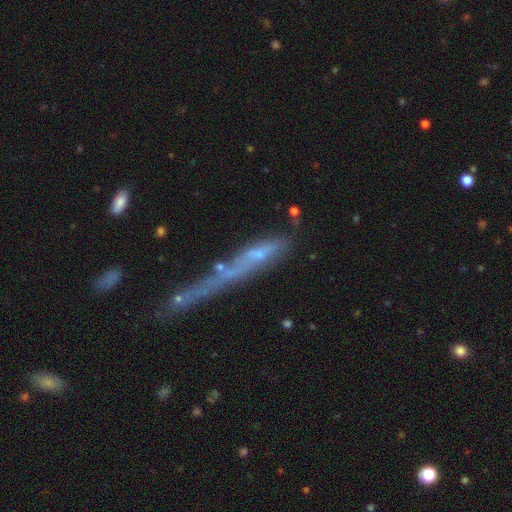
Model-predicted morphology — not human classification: The model was most divided on "smooth or featured": featured or disk: 47%, smooth: 39%, star or artifact: 13%. Remaining: merging — none (38%).